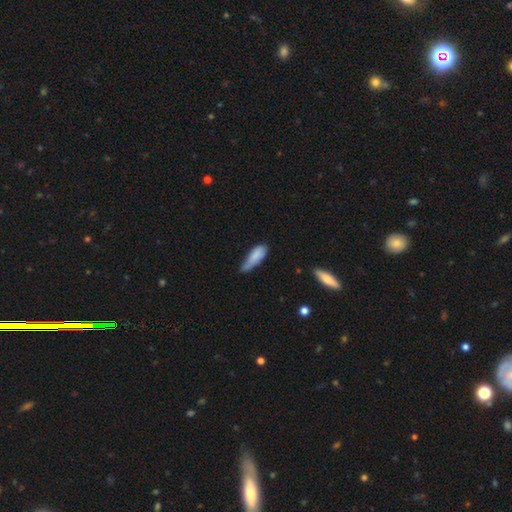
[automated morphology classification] Smooth or featured? smooth (81%)
How rounded? in between (58%)
Merging? minor disturbance (45%)